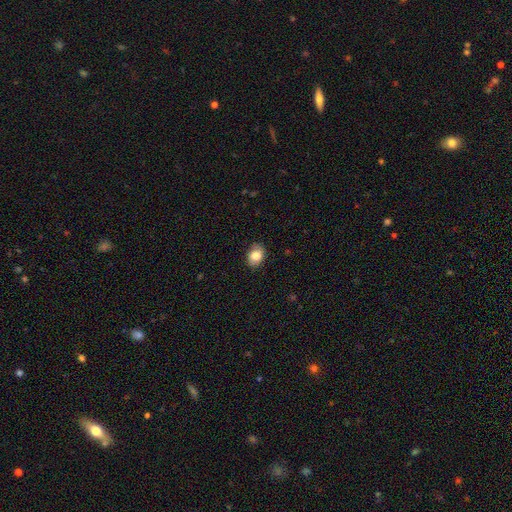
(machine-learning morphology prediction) type=smooth (82%); roundness=in between (64%); merging=none (83%).